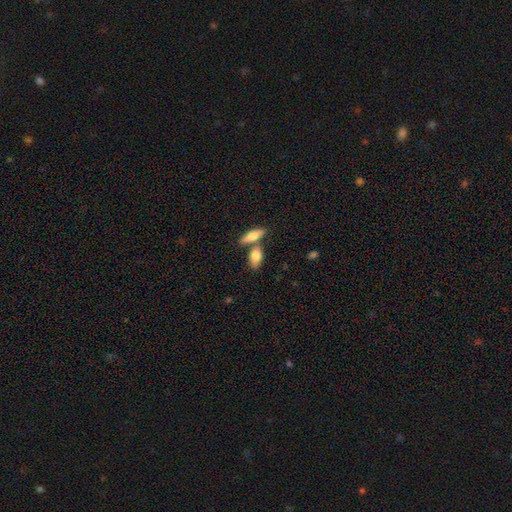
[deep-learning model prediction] smooth-or-featured: smooth: 75% | featured or disk: 19% | star or artifact: 6%
  how-rounded: in between: 80% | cigar-shaped: 14% | round: 6%
  merging: none: 53% | merger: 33% | minor disturbance: 10% | major disturbance: 3%